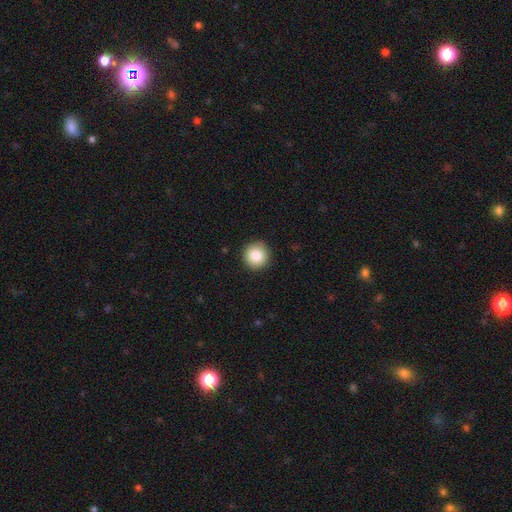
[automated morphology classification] Smooth or featured? smooth (86%)
How rounded? round (95%)
Merging? none (92%)